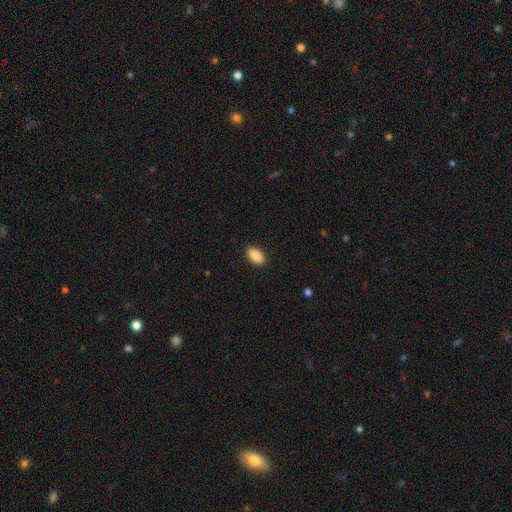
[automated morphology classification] The model was most divided on "merging": none: 89%, minor disturbance: 8%, major disturbance: 2%, merger: 1%. More confident: how rounded — in between (93%); smooth or featured — smooth (90%).